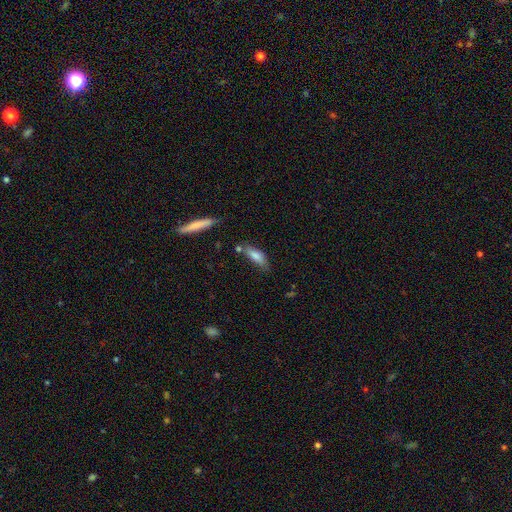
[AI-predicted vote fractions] This appears to be a smooth galaxy with no disk features (78%) that is in between round and cigar-shaped (56%). Merging: none (59%).